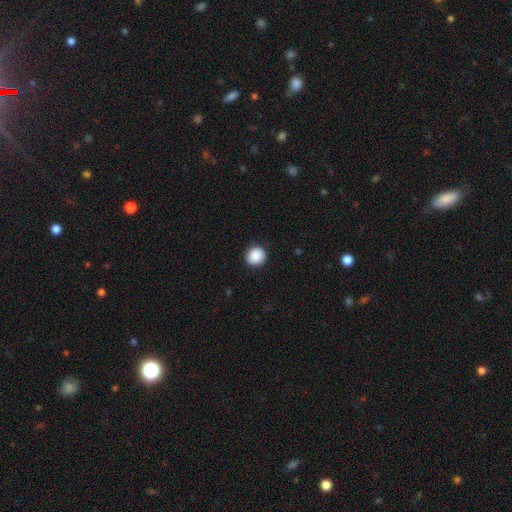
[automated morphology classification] This appears to be a smooth galaxy with no disk features (89%) that is round (88%). Merging: none (88%).